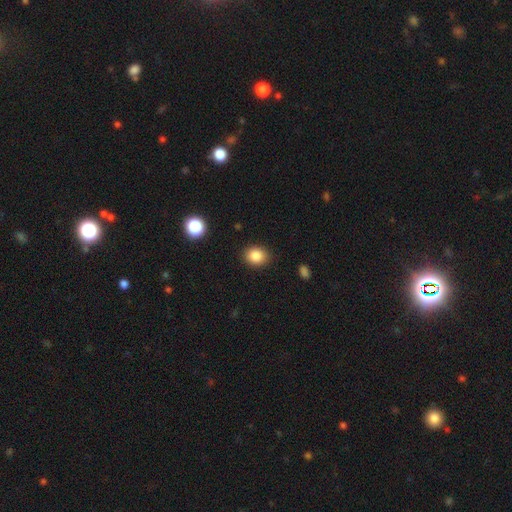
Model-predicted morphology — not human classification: A smooth galaxy with no disk features (85%) that is round (59%). Merging: none (88%).